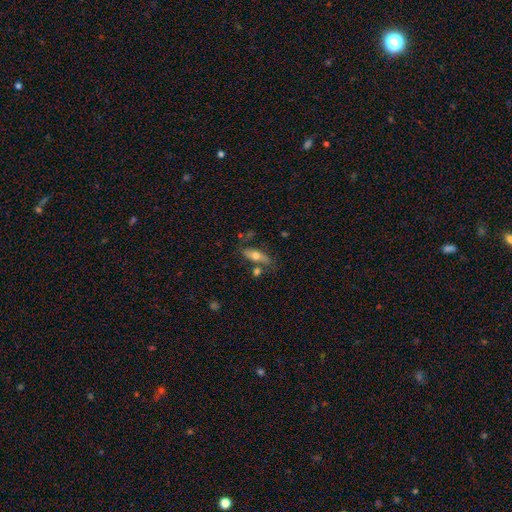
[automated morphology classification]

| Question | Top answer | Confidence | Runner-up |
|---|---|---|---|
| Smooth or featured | smooth | 61% | featured or disk (33%) |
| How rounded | in between | 60% | cigar-shaped (37%) |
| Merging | none | 66% | minor disturbance (16%) |